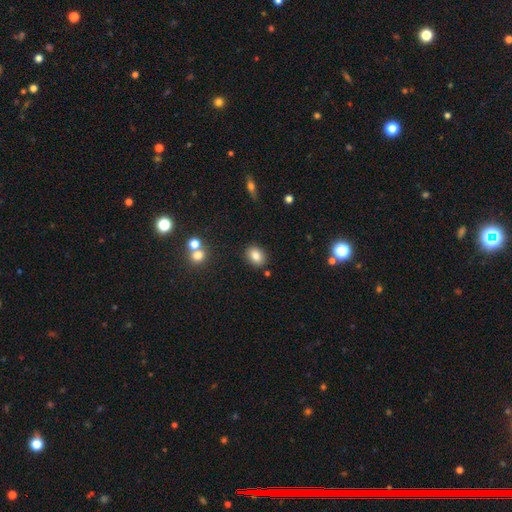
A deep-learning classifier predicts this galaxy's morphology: This appears to be a smooth galaxy with no disk features (82%) that is in between round and cigar-shaped (60%). Merging: none (86%).